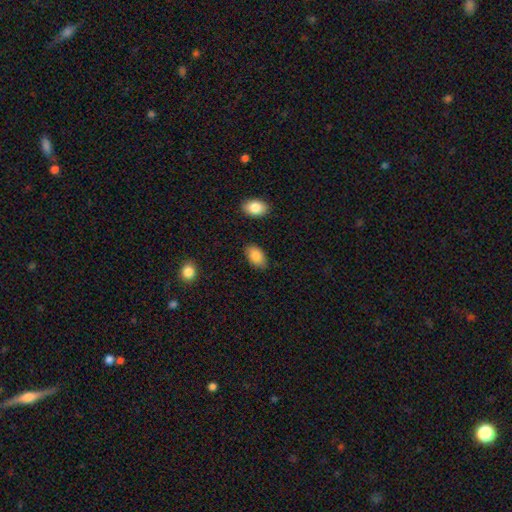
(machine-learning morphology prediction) smooth_or_featured: smooth (p=0.86) [alt: featured or disk p=0.07]
how_rounded: in between (p=0.93) [alt: round p=0.05]
merging: none (p=0.84) [alt: minor disturbance p=0.12]